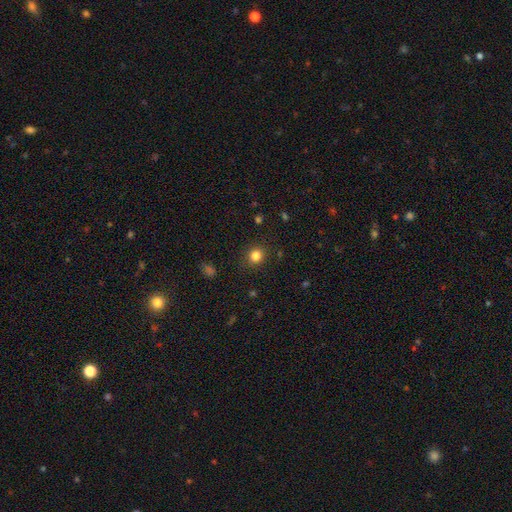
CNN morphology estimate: A smooth galaxy with no disk features (83%) that is round (89%).

Vote fractions:
- Smooth or featured? smooth: 83% / star or artifact: 13% / featured or disk: 4%
- How rounded? round: 89% / in between: 11% / cigar-shaped: 1%
- Merging? none: 89% / minor disturbance: 7% / major disturbance: 3% / merger: 1%